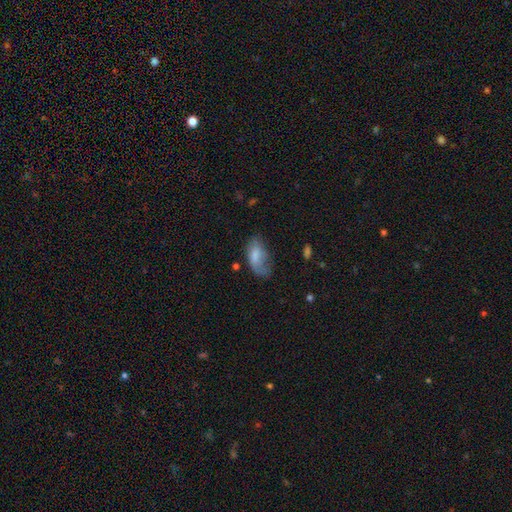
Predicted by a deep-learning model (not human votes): Q: Smooth or featured?
A: smooth (68%); runner-up: featured or disk (25%)
Q: How rounded?
A: in between (91%); runner-up: cigar-shaped (5%)
Q: Merging?
A: none (37%); runner-up: minor disturbance (32%)